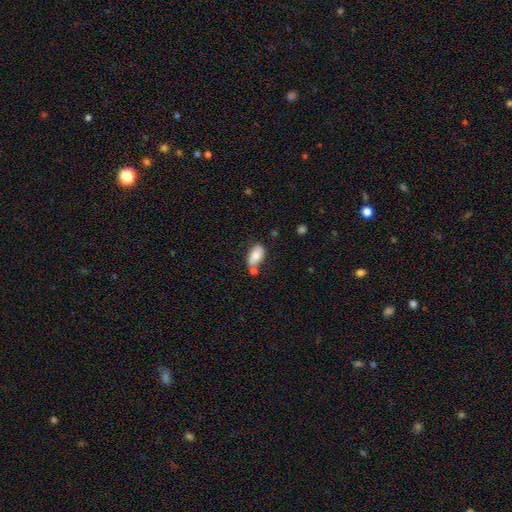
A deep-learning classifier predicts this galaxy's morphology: This appears to be a smooth galaxy with no disk features (74%) that is in between round and cigar-shaped (92%). Merging: none (55%).